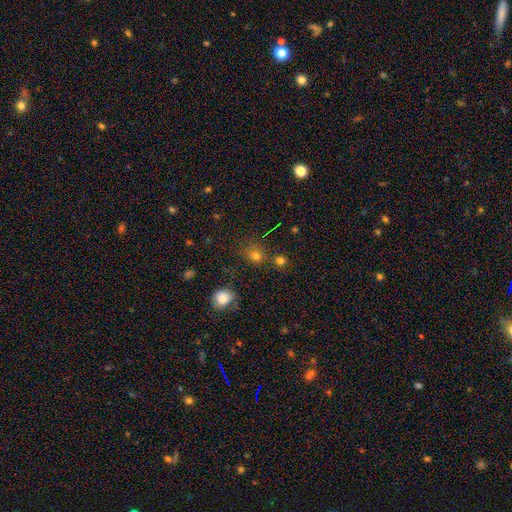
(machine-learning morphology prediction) type=smooth (74%); roundness=round (77%); merging=none (67%).